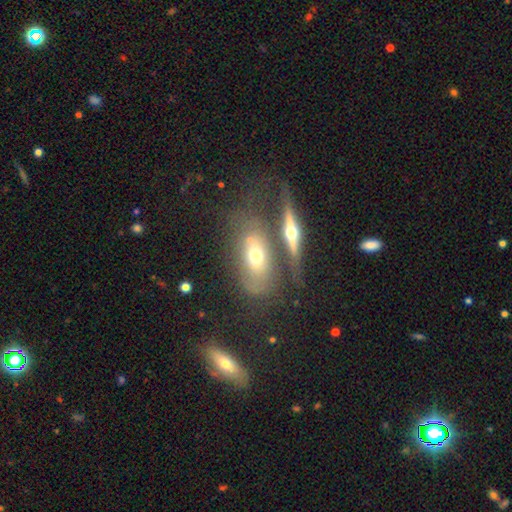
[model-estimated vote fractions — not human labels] Smooth or featured? featured or disk (51%)
Edge-on disk? no (55%)
Merging? none (41%)